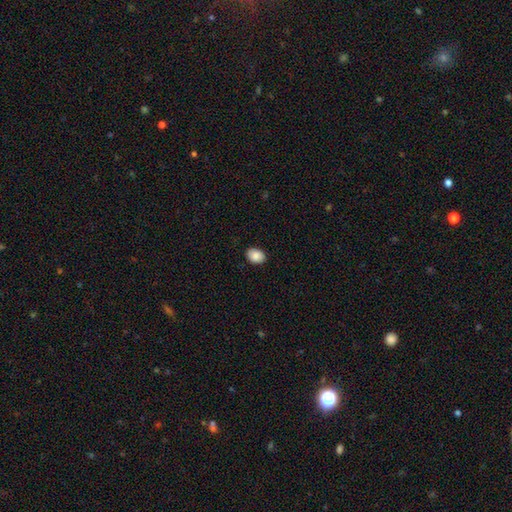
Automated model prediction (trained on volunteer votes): A smooth galaxy with no disk features (89%) that is in between round and cigar-shaped (76%).

Vote fractions:
- Smooth or featured? smooth: 89% / star or artifact: 7% / featured or disk: 4%
- How rounded? in between: 76% / round: 23% / cigar-shaped: 1%
- Merging? none: 88% / minor disturbance: 9% / major disturbance: 2% / merger: 1%